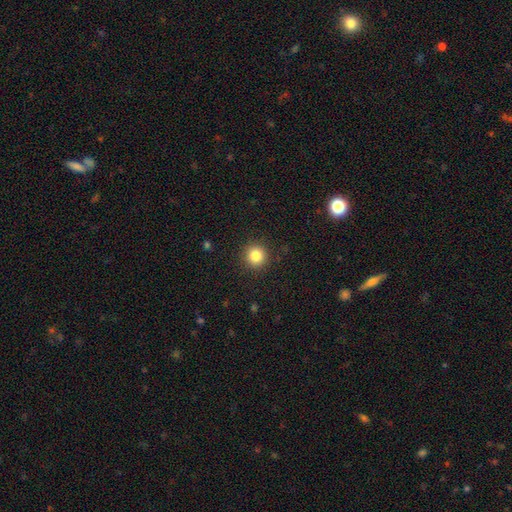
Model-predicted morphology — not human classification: A smooth galaxy with no disk features (84%) that is round (94%).

Vote fractions:
- Smooth or featured? smooth: 84% / star or artifact: 11% / featured or disk: 5%
- How rounded? round: 94% / in between: 5% / cigar-shaped: 1%
- Merging? none: 91% / minor disturbance: 6% / major disturbance: 2% / merger: 1%